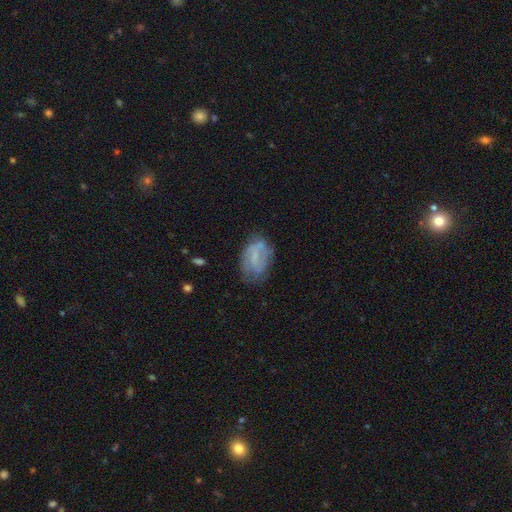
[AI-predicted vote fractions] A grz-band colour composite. It shows a featured or disk galaxy (46%). Merging: none (54%).